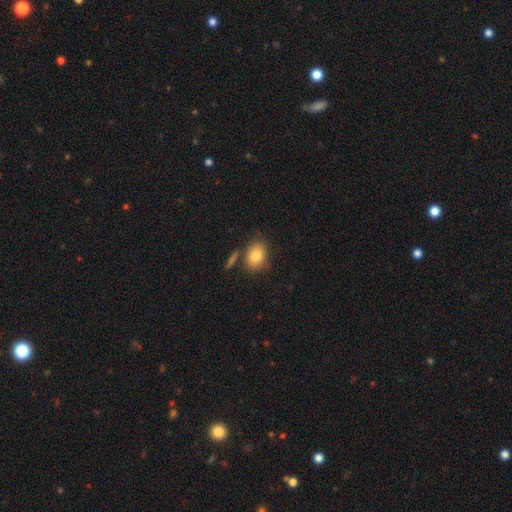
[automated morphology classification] smooth 82%, featured or disk 10%, star or artifact 8%. Down the decision tree: how rounded — in between (69%); merging — none (70%).